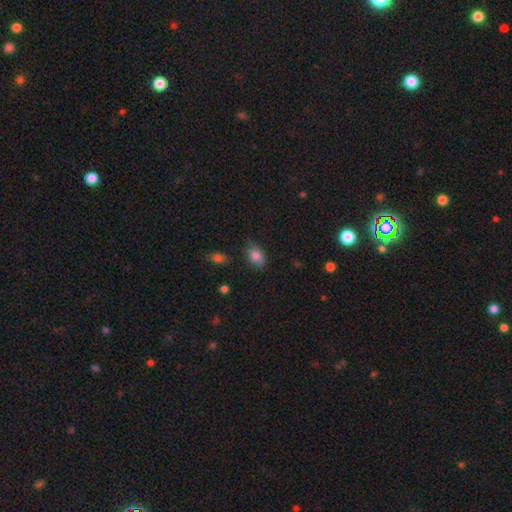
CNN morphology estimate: Smooth or featured: smooth — 83% (star or artifact — 9%)
How rounded: in between — 83% (round — 15%)
Merging: none — 74% (minor disturbance — 19%)